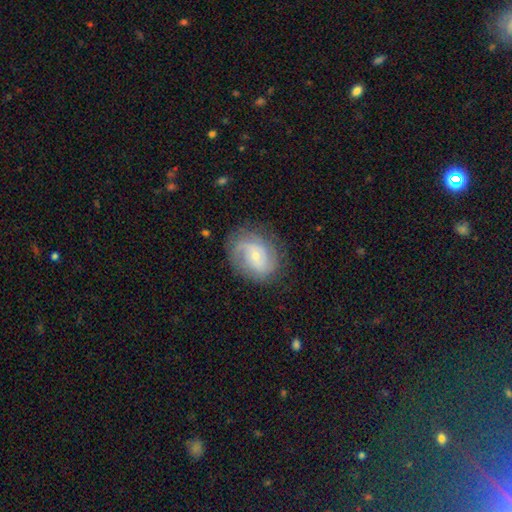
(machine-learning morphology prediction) A featured or disk galaxy (74%) with no bar (58%), 2 (49%) tight (41%) spiral arms (91%) and a small central bulge (70%).

Vote fractions:
- Smooth or featured? featured or disk: 74% / smooth: 19% / star or artifact: 7%
- Edge-on disk? no: 97% / yes: 3%
- Bar? no: 58% / weak: 35% / strong: 7%
- Spiral arms? yes: 91% / no: 9%
- Spiral winding? tight: 41% / medium: 40% / loose: 19%
- Spiral arm count? 2: 49% / can't tell: 26% / 3: 11% / 1: 8% / 4: 3% / more than 4: 3%
- Bulge size? small: 70% / moderate: 25% / none: 2% / large: 1% / dominant: 1%
- Merging? none: 75% / minor disturbance: 16% / major disturbance: 7% / merger: 1%